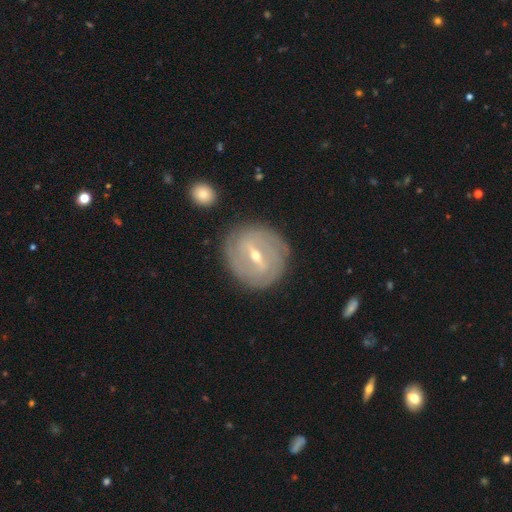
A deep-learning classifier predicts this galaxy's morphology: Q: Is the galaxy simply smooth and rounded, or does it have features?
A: featured or disk — 84%.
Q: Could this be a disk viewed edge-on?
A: no — 94%.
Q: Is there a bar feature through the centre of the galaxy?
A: strong — 49%.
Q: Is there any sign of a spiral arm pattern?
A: yes — 87%.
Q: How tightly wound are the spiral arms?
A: tight — 75%.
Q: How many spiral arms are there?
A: can't tell — 37%.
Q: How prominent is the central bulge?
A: small — 52%.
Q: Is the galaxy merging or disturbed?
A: none — 84%.